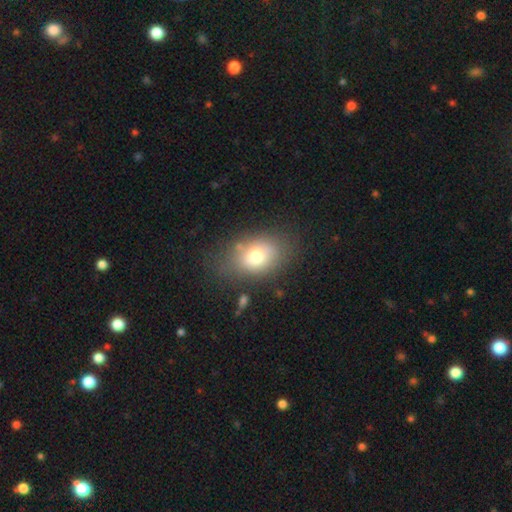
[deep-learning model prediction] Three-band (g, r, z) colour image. It shows a smooth galaxy with no disk features (73%) that is in between round and cigar-shaped (76%). Merging: none (70%).